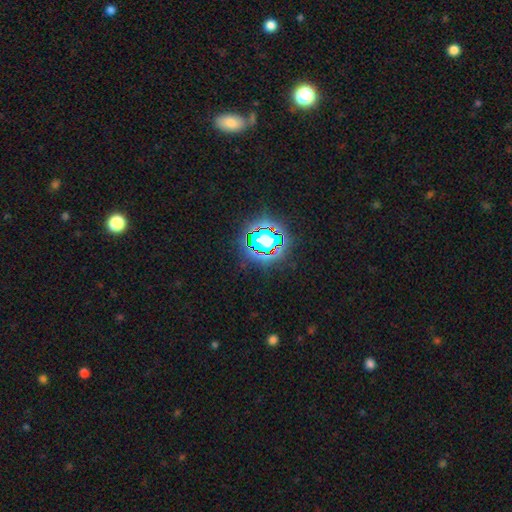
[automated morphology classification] The model was most divided on "smooth or featured": star or artifact: 78%, smooth: 14%, featured or disk: 8%.